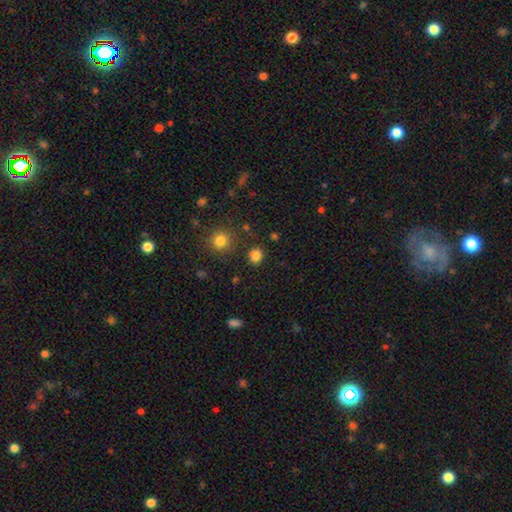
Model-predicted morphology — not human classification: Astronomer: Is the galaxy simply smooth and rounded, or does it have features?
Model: smooth — 82%.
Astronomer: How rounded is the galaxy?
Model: round — 69%.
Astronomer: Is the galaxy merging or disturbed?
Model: none — 81%.